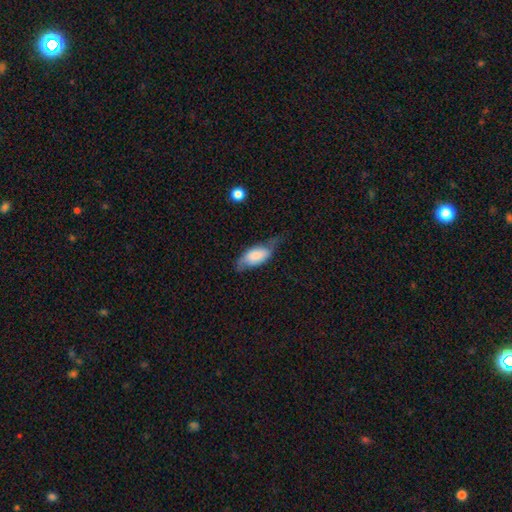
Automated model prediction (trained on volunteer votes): A smooth galaxy with no disk features (61%) that is in between round and cigar-shaped (88%).

Vote fractions:
- Smooth or featured? smooth: 61% / featured or disk: 32% / star or artifact: 7%
- How rounded? in between: 88% / cigar-shaped: 9% / round: 3%
- Merging? none: 41% / minor disturbance: 37% / major disturbance: 20% / merger: 2%